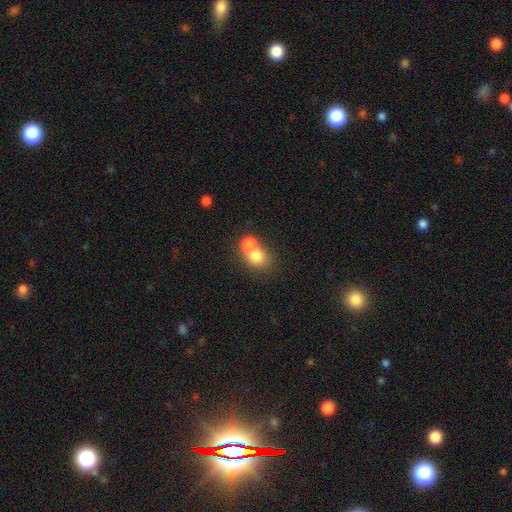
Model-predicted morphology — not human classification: type=smooth (75%); roundness=round (76%); merging=merger (60%).